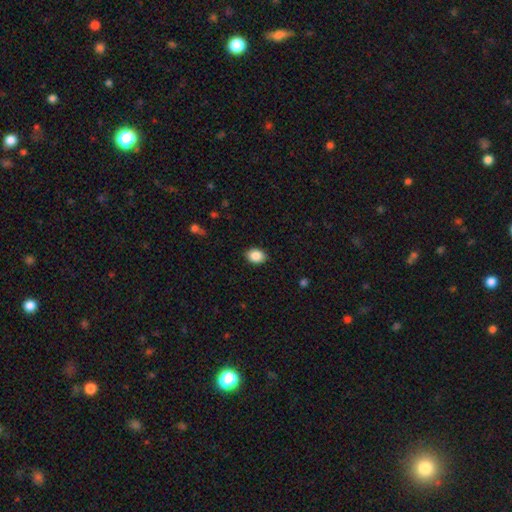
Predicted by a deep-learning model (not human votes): smooth_or_featured: smooth (p=0.88) [alt: star or artifact p=0.08]
how_rounded: in between (p=0.69) [alt: round p=0.30]
merging: none (p=0.88) [alt: minor disturbance p=0.09]